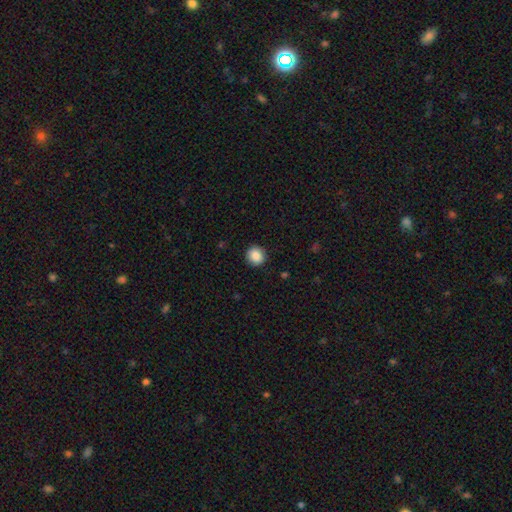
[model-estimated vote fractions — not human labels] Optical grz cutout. It shows a smooth galaxy with no disk features (88%) that is round (89%). Merging: none (90%).